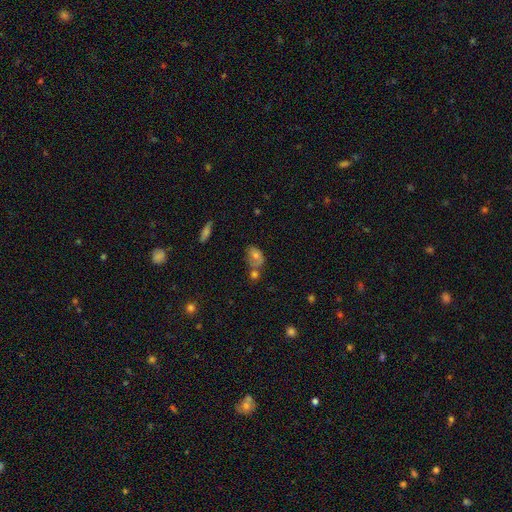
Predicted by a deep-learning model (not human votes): Smooth or featured? Predicted: smooth (p=0.56). How rounded? Predicted: in between (p=0.76). Merging? Predicted: none (p=0.46).